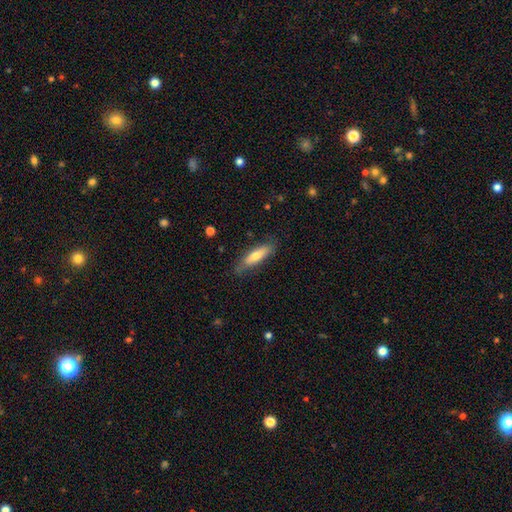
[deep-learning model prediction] Smooth or featured?
  - smooth: 64% *
  - featured or disk: 30%
  - star or artifact: 6%
How rounded?
  - cigar-shaped: 60% *
  - in between: 39%
  - round: 2%
Merging?
  - none: 76% *
  - minor disturbance: 19%
  - major disturbance: 4%
  - merger: 1%